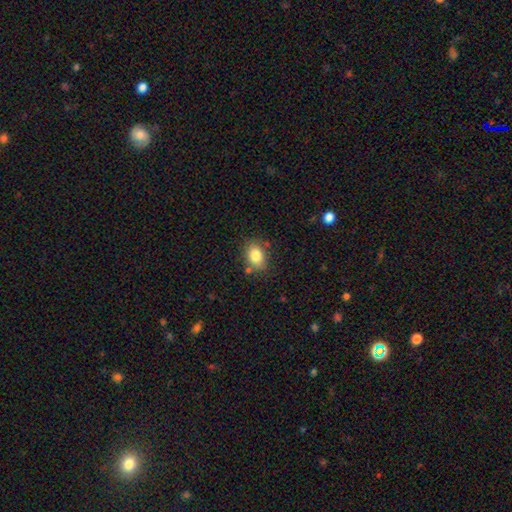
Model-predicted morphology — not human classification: The model was most divided on "how rounded": in between: 74%, round: 25%, cigar-shaped: 1%. More confident: smooth or featured — smooth (82%); merging — none (77%).